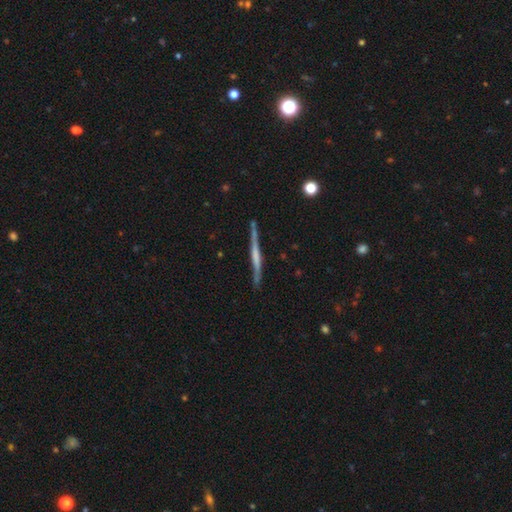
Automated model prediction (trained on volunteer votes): This appears to be a featured or disk galaxy (59%) viewed edge-on (96%) with no central bulge (54%). Merging: none (78%).